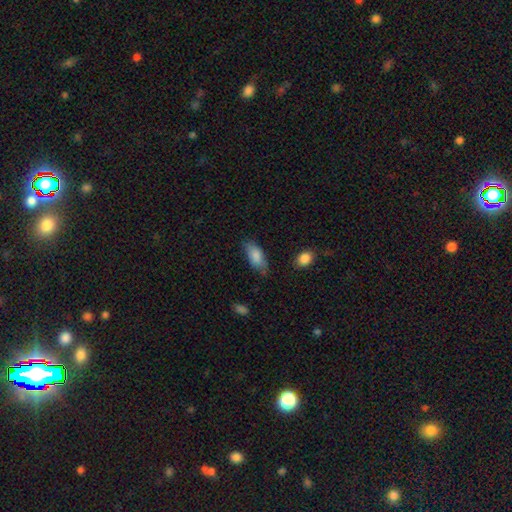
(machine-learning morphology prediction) The model was most divided on "merging": none: 72%, minor disturbance: 21%, major disturbance: 5%, merger: 2%. More confident: how rounded — in between (85%); smooth or featured — smooth (84%).